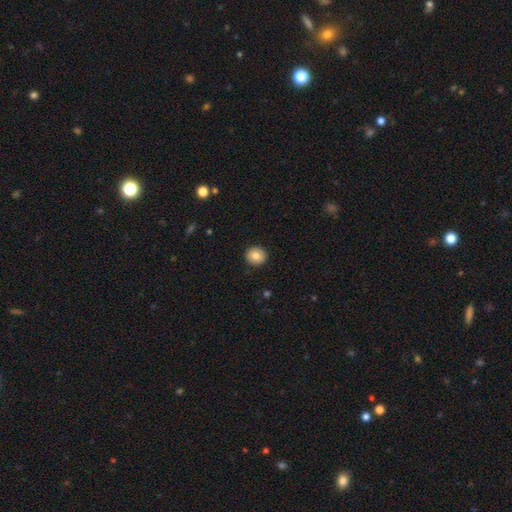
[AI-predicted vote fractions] A smooth galaxy with no disk features (83%) that is round (92%). Merging: none (92%).